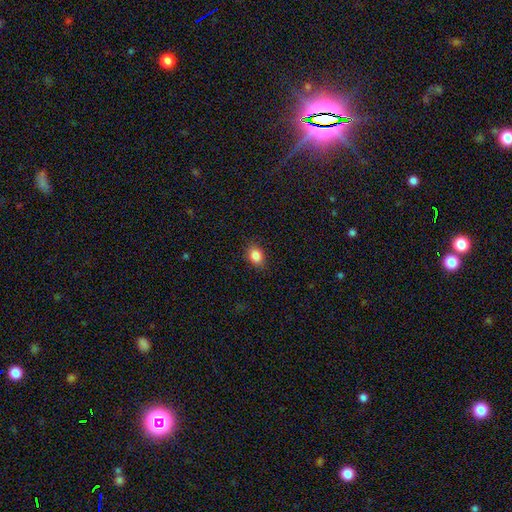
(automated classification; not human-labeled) This appears to be a smooth galaxy with no disk features (86%) that is in between round and cigar-shaped (66%). Merging: none (86%).